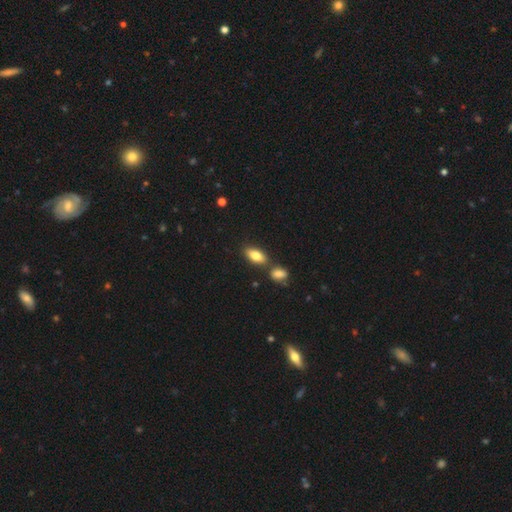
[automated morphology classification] type=smooth (79%); roundness=in between (87%); merging=none (68%).